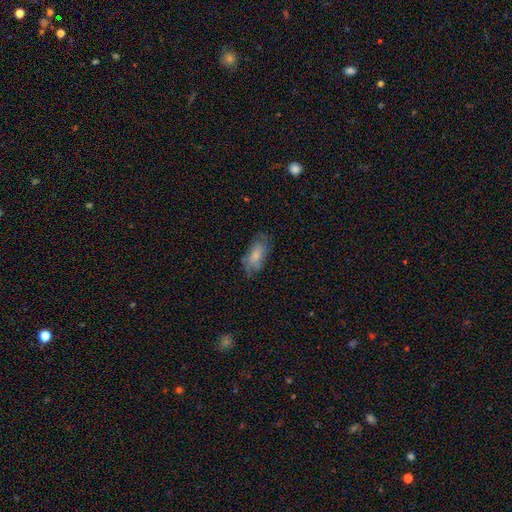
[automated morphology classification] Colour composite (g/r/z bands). It shows a smooth galaxy with no disk features (69%) that is in between round and cigar-shaped (89%). Merging: none (62%).